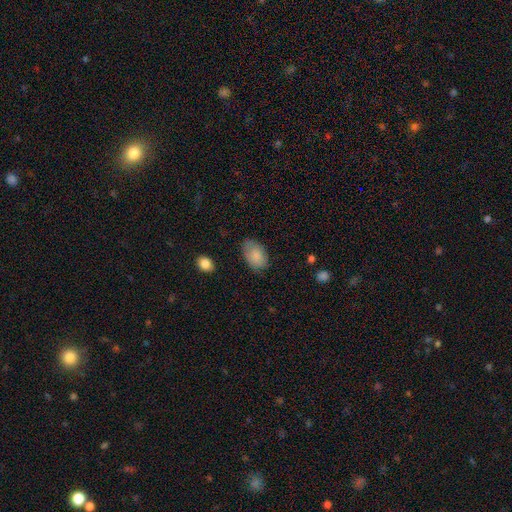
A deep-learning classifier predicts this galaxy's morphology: Smooth or featured: smooth — 83% (featured or disk — 10%)
How rounded: in between — 91% (round — 8%)
Merging: none — 72% (minor disturbance — 21%)